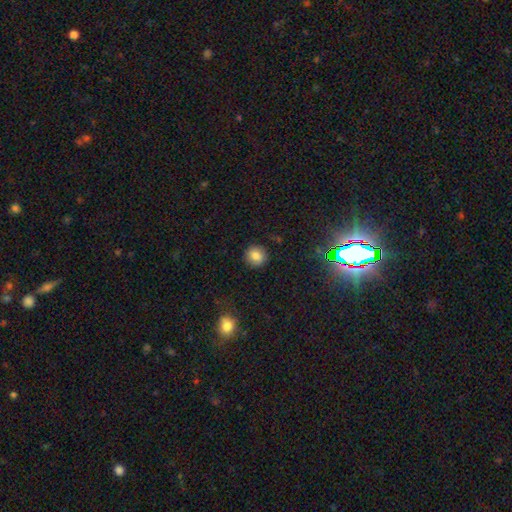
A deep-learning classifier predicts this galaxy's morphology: Smooth or featured? smooth (81%)
How rounded? round (90%)
Merging? none (87%)